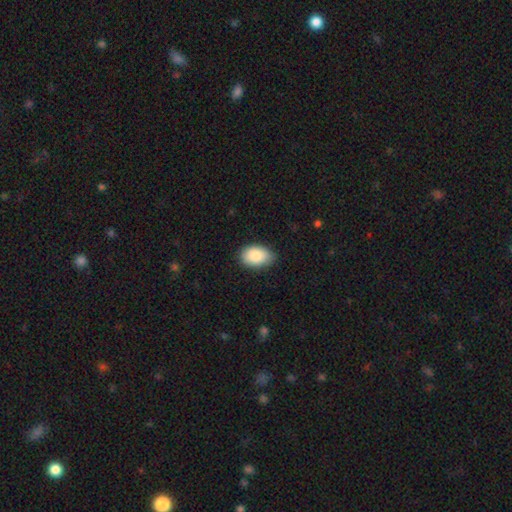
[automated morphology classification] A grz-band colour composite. It shows a smooth galaxy with no disk features (87%) that is in between round and cigar-shaped (89%). Merging: none (81%).